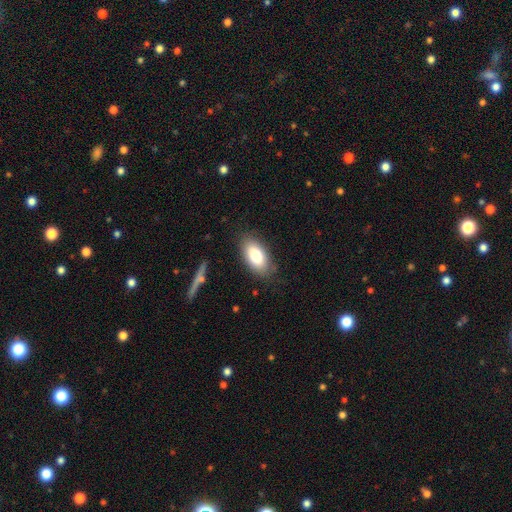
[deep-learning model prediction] Smooth or featured: smooth — 80% (featured or disk — 13%)
How rounded: in between — 92% (cigar-shaped — 5%)
Merging: none — 81% (minor disturbance — 14%)